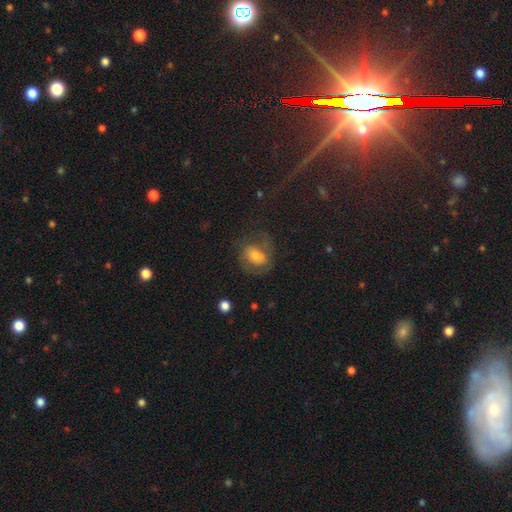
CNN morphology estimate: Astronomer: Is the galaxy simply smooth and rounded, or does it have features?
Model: featured or disk — 48% (runner-up: smooth, 38%).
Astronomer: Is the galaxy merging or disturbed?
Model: none — 54%.